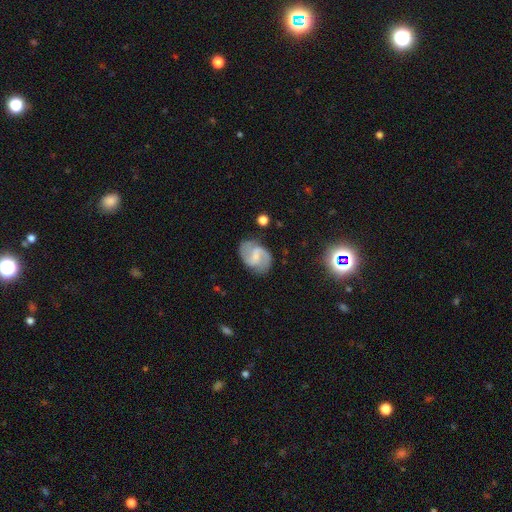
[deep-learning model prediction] Smooth or featured?
  - featured or disk: 77% *
  - smooth: 17%
  - star or artifact: 6%
Edge-on disk?
  - no: 98% *
  - yes: 2%
Bar?
  - weak: 54% *
  - strong: 26%
  - no: 19%
Spiral arms?
  - yes: 93% *
  - no: 7%
Spiral winding?
  - medium: 50% *
  - loose: 33%
  - tight: 17%
Spiral arm count?
  - 2: 89% *
  - can't tell: 6%
  - 1: 2%
  - 3: 2%
  - 4: 1%
  - more than 4: 1%
Bulge size?
  - small: 43% *
  - none: 30%
  - moderate: 23%
  - large: 3%
  - dominant: 1%
Merging?
  - none: 73% *
  - minor disturbance: 18%
  - major disturbance: 7%
  - merger: 2%